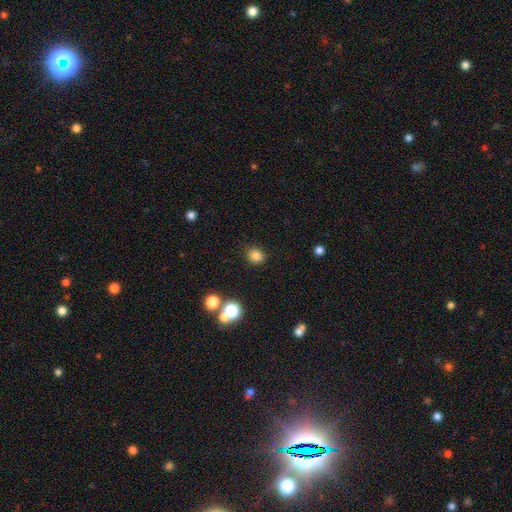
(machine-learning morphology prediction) Smooth or featured? Predicted: smooth (p=0.82). How rounded? Predicted: round (p=0.81). Merging? Predicted: none (p=0.86).